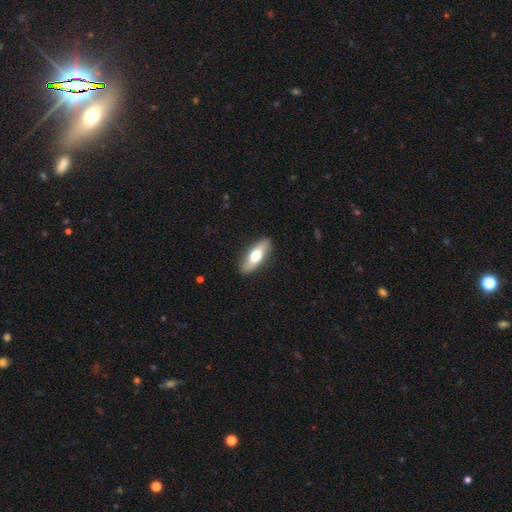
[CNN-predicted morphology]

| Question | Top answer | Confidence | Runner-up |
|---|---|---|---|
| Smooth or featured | smooth | 61% | featured or disk (34%) |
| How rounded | in between | 63% | cigar-shaped (34%) |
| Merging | none | 88% | minor disturbance (9%) |